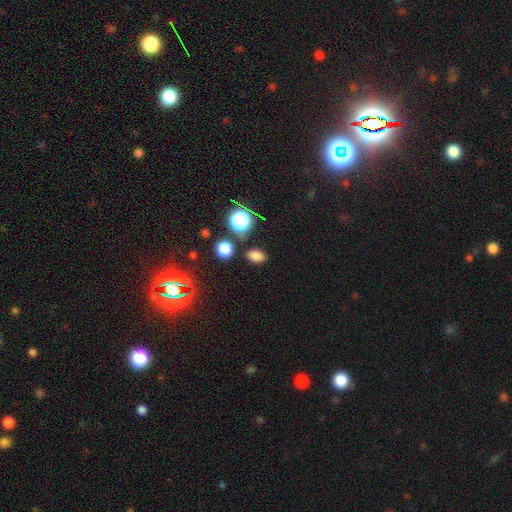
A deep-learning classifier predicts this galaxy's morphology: Smooth or featured? Predicted: smooth (p=0.77). How rounded? Predicted: in between (p=0.78). Merging? Predicted: none (p=0.79).